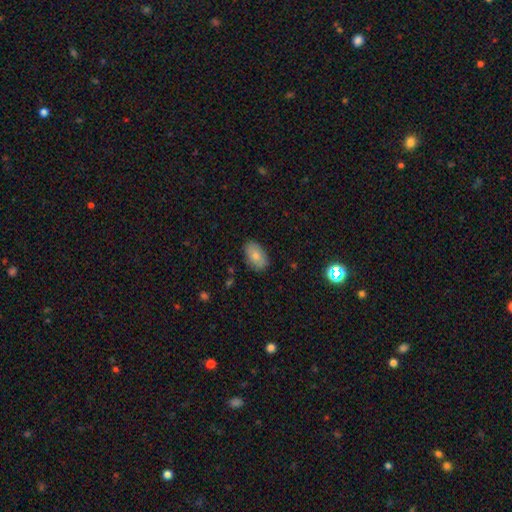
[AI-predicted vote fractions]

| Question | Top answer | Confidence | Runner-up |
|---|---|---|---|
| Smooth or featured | smooth | 79% | featured or disk (14%) |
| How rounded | in between | 92% | round (6%) |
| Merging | none | 85% | minor disturbance (12%) |